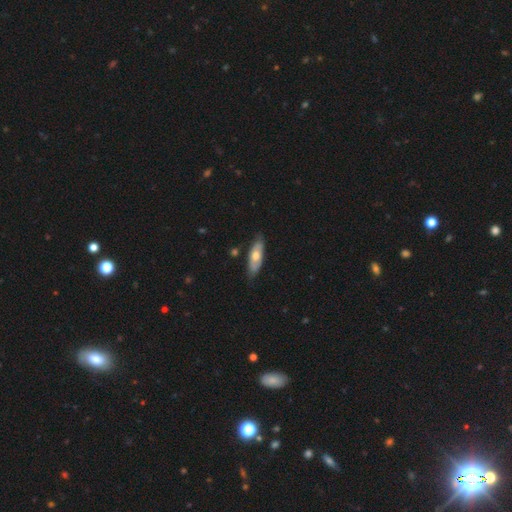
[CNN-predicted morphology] Smooth or featured? Predicted: smooth (p=0.55). How rounded? Predicted: in between (p=0.67). Merging? Predicted: none (p=0.78).